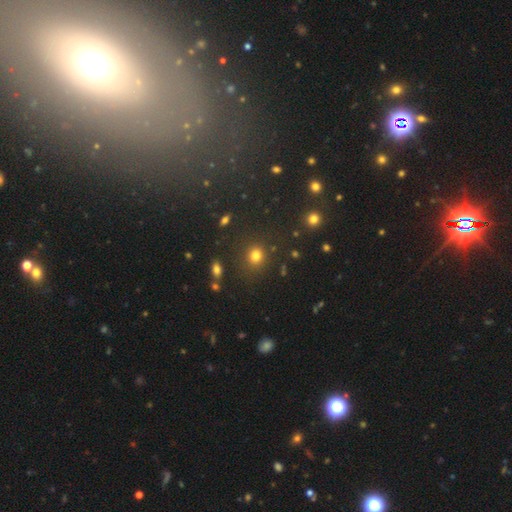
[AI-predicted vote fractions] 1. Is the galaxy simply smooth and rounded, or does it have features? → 77% smooth, 16% star or artifact, 7% featured or disk.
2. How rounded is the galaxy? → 78% round, 21% in between, 1% cigar-shaped.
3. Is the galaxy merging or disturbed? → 83% none, 9% minor disturbance, 4% major disturbance, 4% merger.